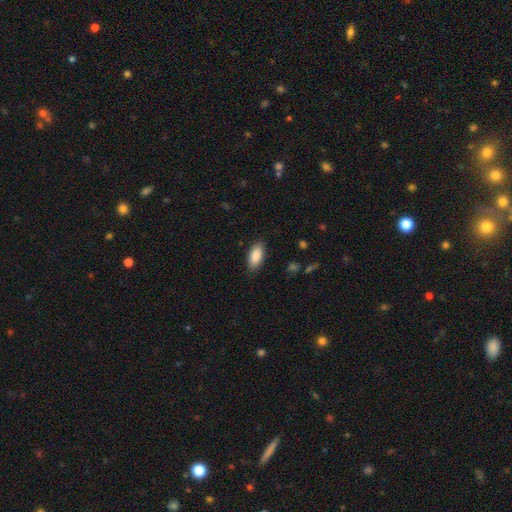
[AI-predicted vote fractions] A smooth galaxy with no disk features (89%) that is in between round and cigar-shaped (89%). Merging: none (86%).